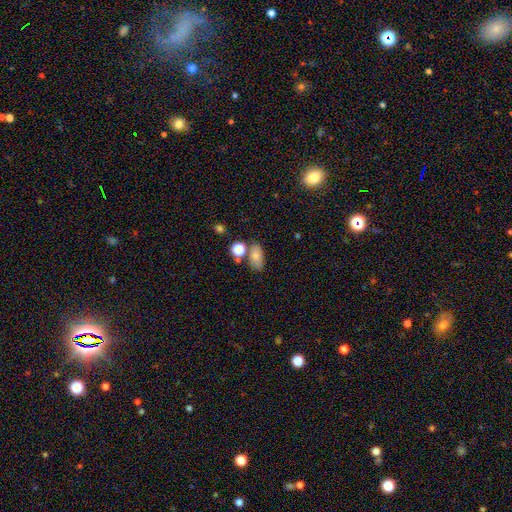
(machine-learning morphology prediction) smooth-or-featured: smooth: 75% | featured or disk: 14% | star or artifact: 12%
  how-rounded: in between: 85% | round: 13% | cigar-shaped: 3%
  merging: none: 57% | merger: 19% | minor disturbance: 18% | major disturbance: 7%